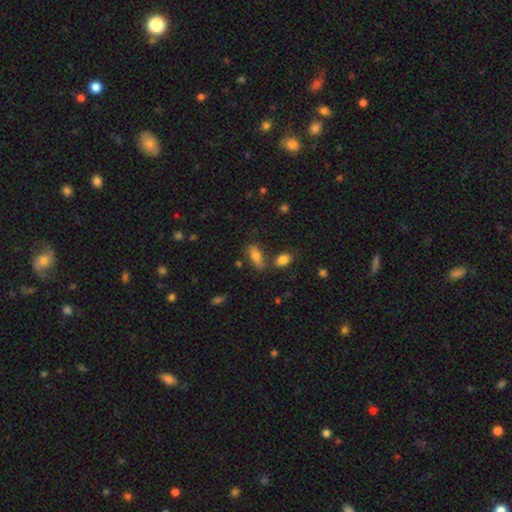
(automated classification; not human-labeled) Smooth or featured: smooth — 73% (featured or disk — 19%)
How rounded: in between — 72% (cigar-shaped — 24%)
Merging: none — 70% (minor disturbance — 14%)